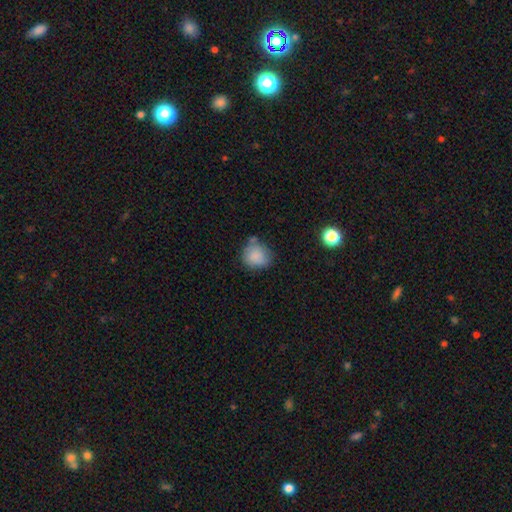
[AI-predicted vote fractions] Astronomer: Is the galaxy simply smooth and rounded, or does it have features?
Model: smooth — 84%.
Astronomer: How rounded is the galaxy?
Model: round — 77%.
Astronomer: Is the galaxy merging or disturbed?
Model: none — 59%.